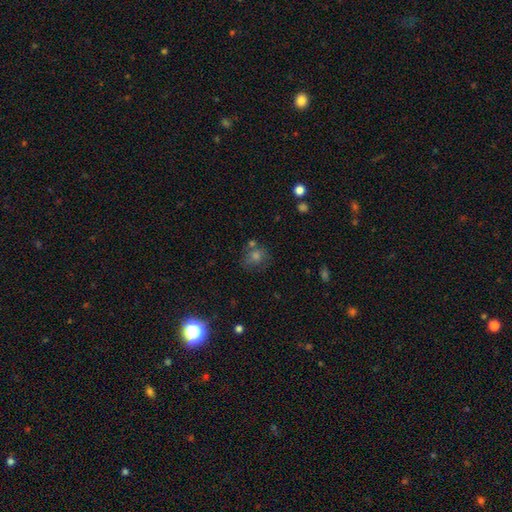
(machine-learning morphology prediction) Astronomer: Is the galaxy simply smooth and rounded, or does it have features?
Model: smooth — 52% (runner-up: star or artifact, 29%).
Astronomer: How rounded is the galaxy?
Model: round — 78%.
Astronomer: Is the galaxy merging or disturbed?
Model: none — 68%.